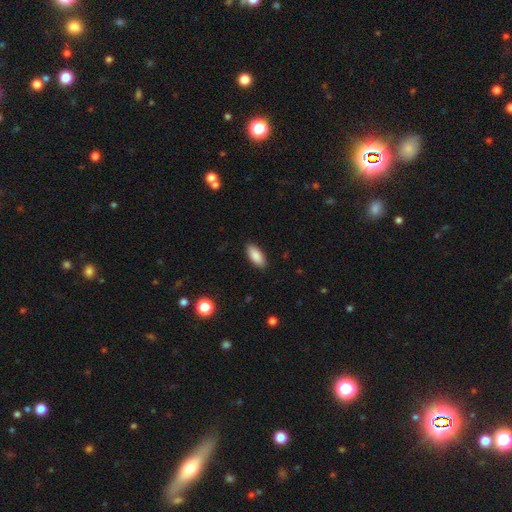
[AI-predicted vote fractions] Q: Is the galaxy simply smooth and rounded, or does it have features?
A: smooth — 88%.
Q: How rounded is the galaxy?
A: in between — 86%.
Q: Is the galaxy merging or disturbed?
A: none — 89%.